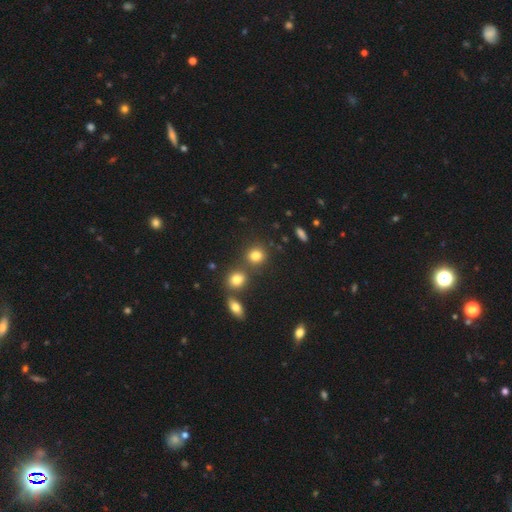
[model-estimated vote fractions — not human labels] Smooth or featured? smooth (79%)
How rounded? round (76%)
Merging? none (68%)